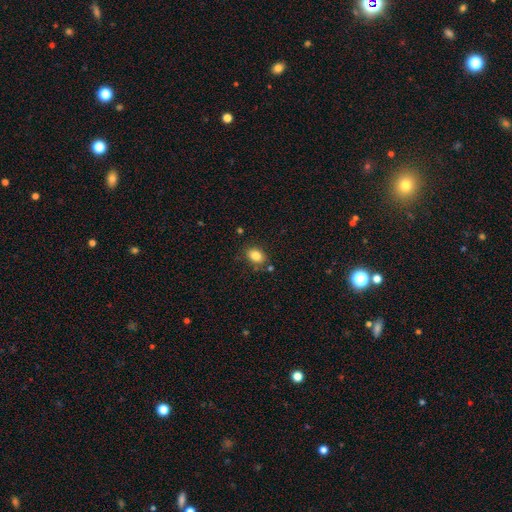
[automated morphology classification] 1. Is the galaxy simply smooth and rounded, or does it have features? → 84% smooth, 9% star or artifact, 7% featured or disk.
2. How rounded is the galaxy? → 73% in between, 25% round, 1% cigar-shaped.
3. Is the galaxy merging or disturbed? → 78% none, 14% minor disturbance, 5% merger, 4% major disturbance.